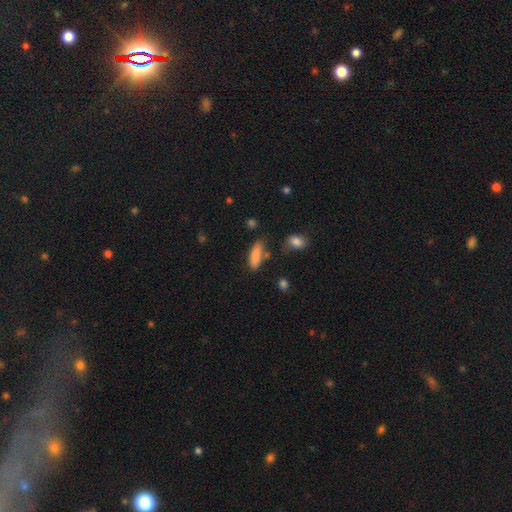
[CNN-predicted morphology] Smooth or featured? Predicted: smooth (p=0.85). How rounded? Predicted: in between (p=0.60). Merging? Predicted: none (p=0.67).